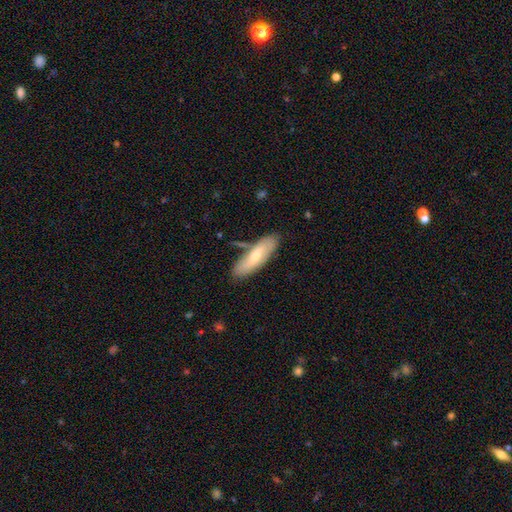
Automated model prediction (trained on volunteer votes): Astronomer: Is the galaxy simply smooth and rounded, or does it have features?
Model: smooth — 60%.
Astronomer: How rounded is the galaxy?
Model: in between — 52% (runner-up: cigar-shaped, 46%).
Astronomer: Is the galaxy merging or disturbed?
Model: none — 69%.